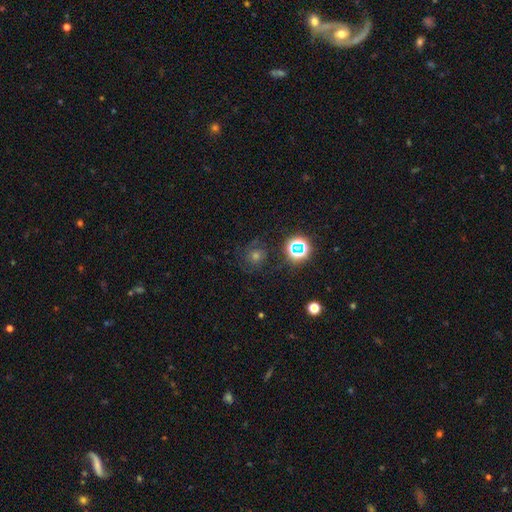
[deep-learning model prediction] star or artifact 41%, smooth 37%, featured or disk 22%.